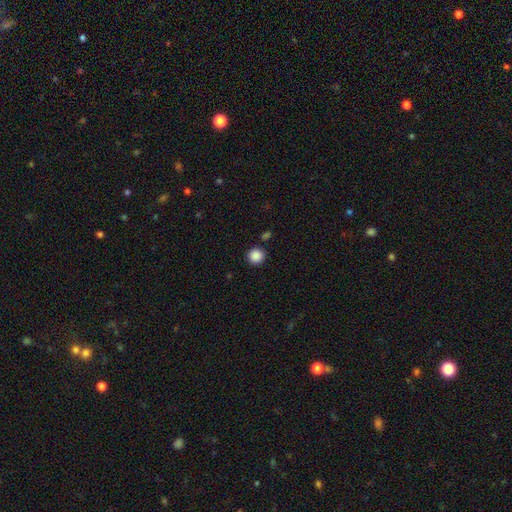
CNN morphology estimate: Smooth or featured? smooth (88%)
How rounded? round (94%)
Merging? none (89%)